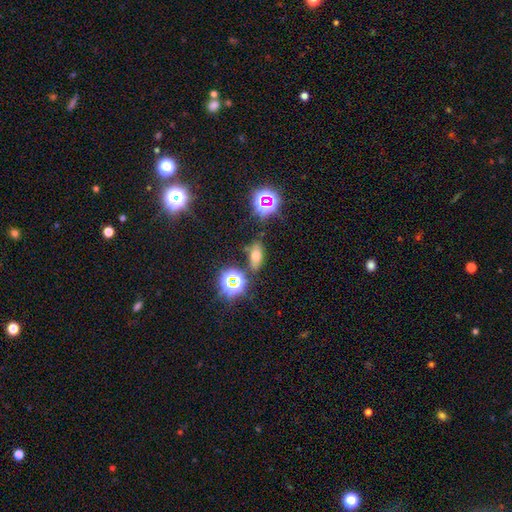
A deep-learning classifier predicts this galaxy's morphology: This appears to be a smooth galaxy with no disk features (58%) that is in between round and cigar-shaped (75%). Merging: none (79%).